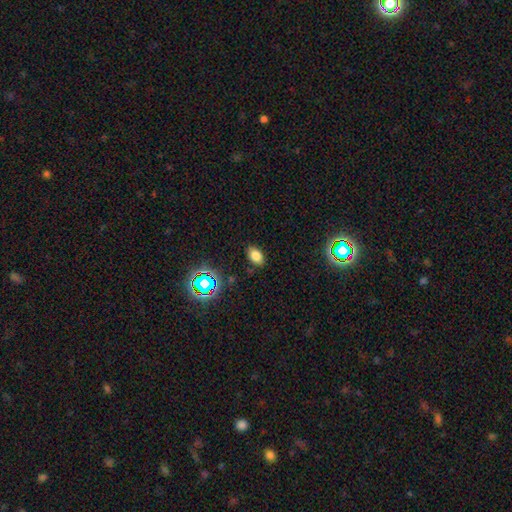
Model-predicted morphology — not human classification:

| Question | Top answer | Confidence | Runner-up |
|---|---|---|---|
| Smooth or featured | smooth | 75% | star or artifact (17%) |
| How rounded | in between | 88% | round (10%) |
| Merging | none | 85% | minor disturbance (10%) |